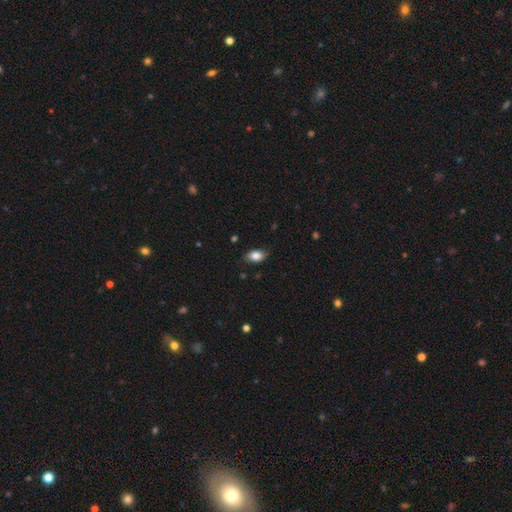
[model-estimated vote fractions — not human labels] A smooth galaxy with no disk features (84%) that is in between round and cigar-shaped (87%). Merging: none (81%).